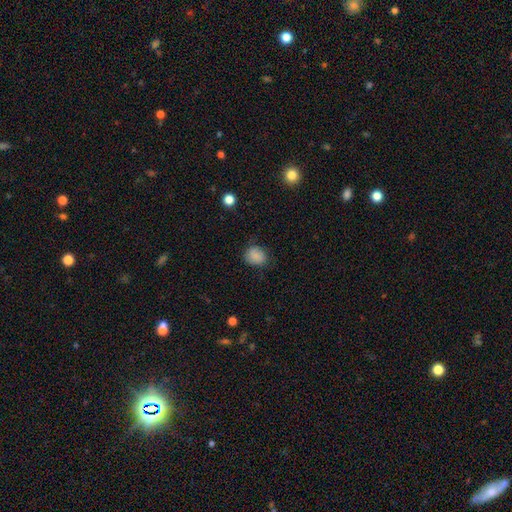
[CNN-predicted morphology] A smooth galaxy with no disk features (84%) that is round (57%).

Vote fractions:
- Smooth or featured? smooth: 84% / star or artifact: 9% / featured or disk: 7%
- How rounded? round: 57% / in between: 42% / cigar-shaped: 1%
- Merging? none: 72% / minor disturbance: 21% / major disturbance: 5% / merger: 1%